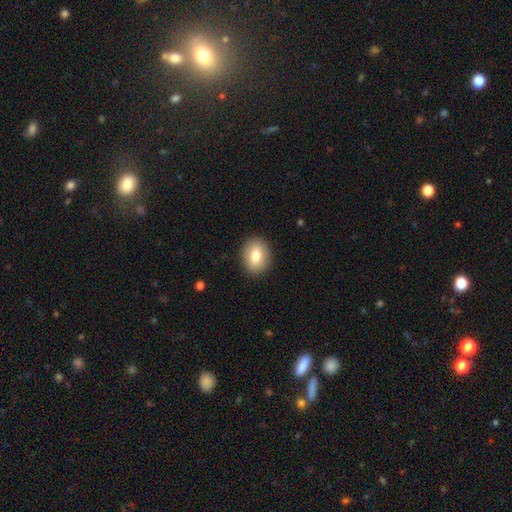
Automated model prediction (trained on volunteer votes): A smooth galaxy with no disk features (79%) that is in between round and cigar-shaped (54%).

Vote fractions:
- Smooth or featured? smooth: 79% / featured or disk: 13% / star or artifact: 8%
- How rounded? in between: 54% / round: 45% / cigar-shaped: 1%
- Merging? none: 89% / minor disturbance: 8% / major disturbance: 2% / merger: 1%